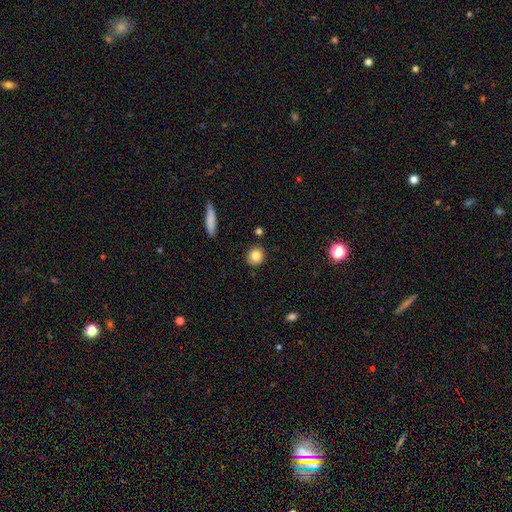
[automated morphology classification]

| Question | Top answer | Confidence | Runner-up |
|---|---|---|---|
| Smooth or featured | smooth | 83% | star or artifact (9%) |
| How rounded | round | 80% | in between (18%) |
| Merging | none | 86% | minor disturbance (9%) |